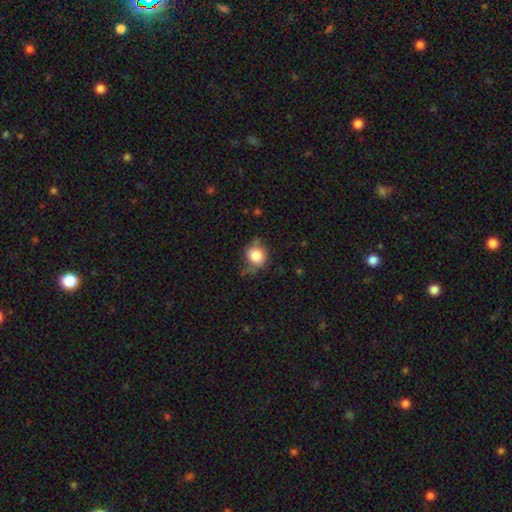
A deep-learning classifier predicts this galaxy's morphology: Smooth or featured?
  - smooth: 80% *
  - featured or disk: 11%
  - star or artifact: 9%
How rounded?
  - round: 74% *
  - in between: 25%
  - cigar-shaped: 1%
Merging?
  - none: 53% *
  - minor disturbance: 32%
  - major disturbance: 12%
  - merger: 3%